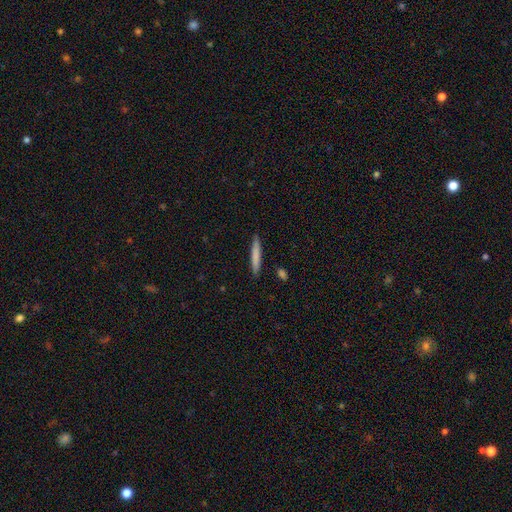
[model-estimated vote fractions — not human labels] A smooth galaxy with no disk features (78%) that is cigar-shaped (94%). Merging: none (90%).